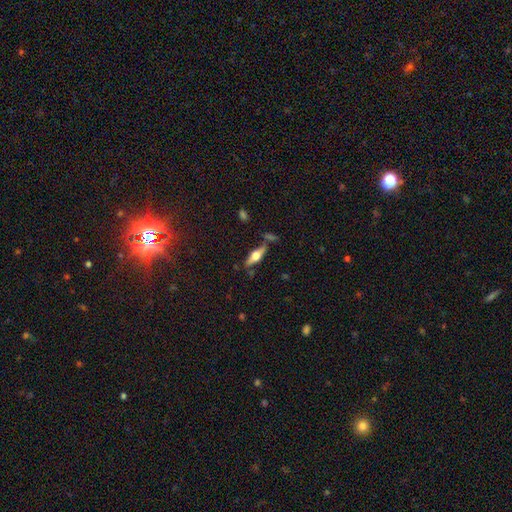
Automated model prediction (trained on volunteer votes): Smooth or featured? featured or disk (60%)
Edge-on disk? yes (93%)
Edge-on bulge? rounded (93%)
Merging? none (72%)